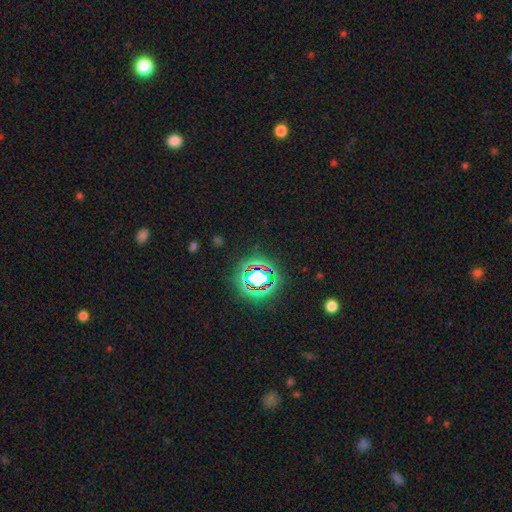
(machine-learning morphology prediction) Q: Smooth or featured?
A: star or artifact (76%); runner-up: smooth (16%)